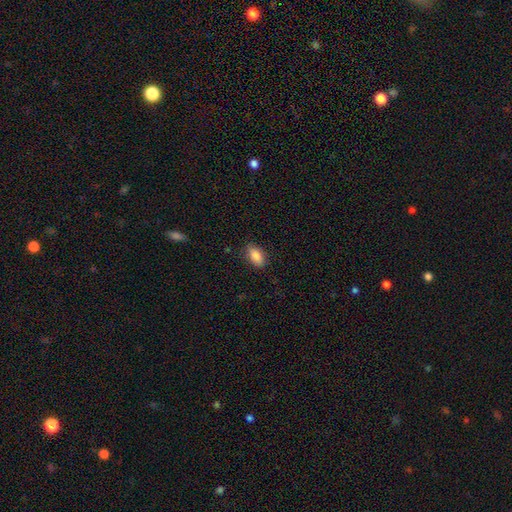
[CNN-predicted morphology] A smooth galaxy with no disk features (87%) that is in between round and cigar-shaped (90%).

Vote fractions:
- Smooth or featured? smooth: 87% / star or artifact: 7% / featured or disk: 6%
- How rounded? in between: 90% / cigar-shaped: 5% / round: 5%
- Merging? none: 82% / minor disturbance: 14% / major disturbance: 3% / merger: 1%